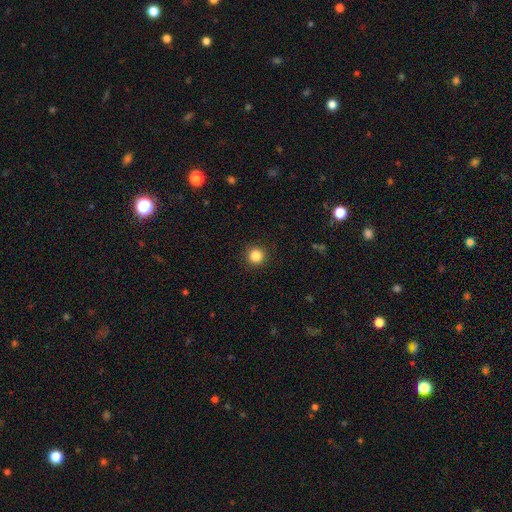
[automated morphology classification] Smooth or featured? smooth (85%)
How rounded? round (95%)
Merging? none (92%)